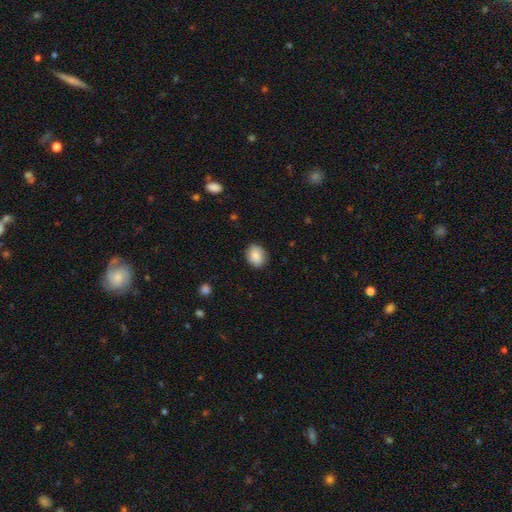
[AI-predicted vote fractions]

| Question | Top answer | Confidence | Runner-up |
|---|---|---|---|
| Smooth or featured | smooth | 85% | featured or disk (8%) |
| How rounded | in between | 50% | round (49%) |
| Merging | none | 85% | minor disturbance (12%) |